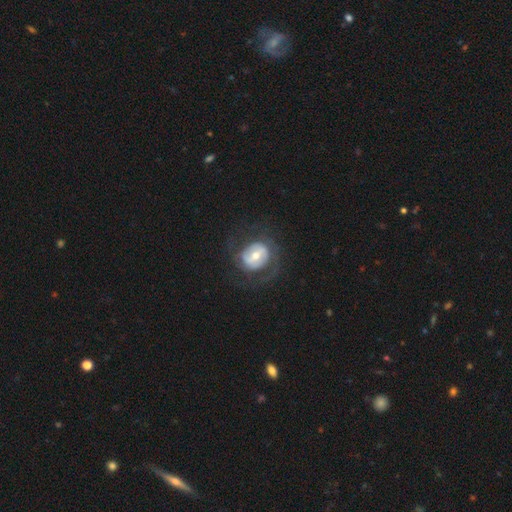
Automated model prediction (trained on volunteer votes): This is likely a featured or disk galaxy (69%). It is clearly not viewed edge-on (96%). Bar: marginally weak (42%). Spiral arm pattern: likely yes (63%). Central bulge: likely moderate (64%). Merging: likely none (66%).